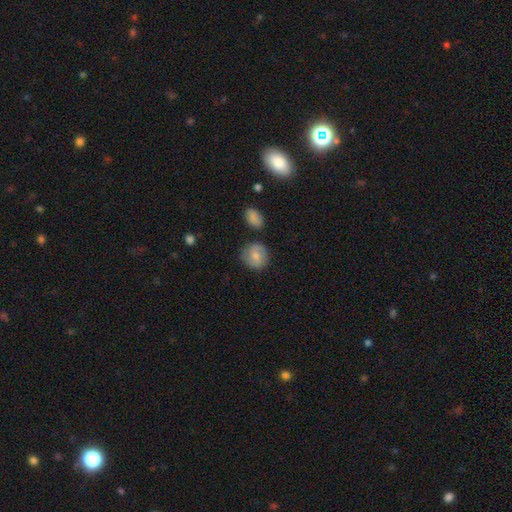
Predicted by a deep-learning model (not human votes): Overall: smooth (78%). How rounded: round (82%). Merging: none (77%).